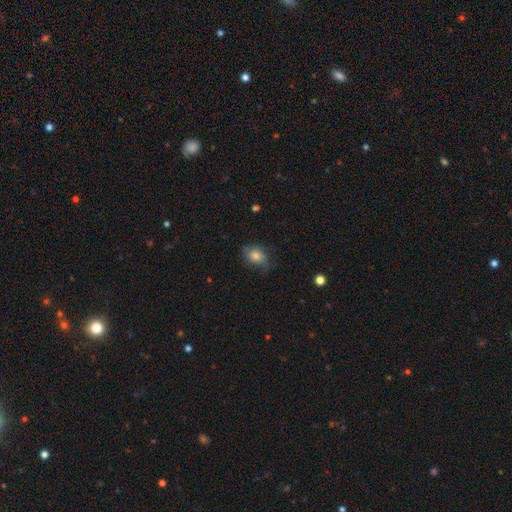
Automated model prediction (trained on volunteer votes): This is likely a smooth galaxy (71%). How rounded: likely in between (68%). Merging: likely none (62%).